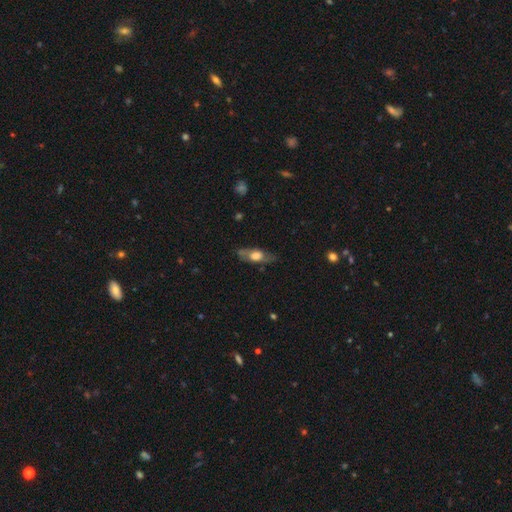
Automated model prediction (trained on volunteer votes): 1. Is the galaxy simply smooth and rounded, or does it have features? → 47% smooth, 46% featured or disk, 7% star or artifact.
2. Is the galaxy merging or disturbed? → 72% none, 19% minor disturbance, 7% major disturbance, 2% merger.